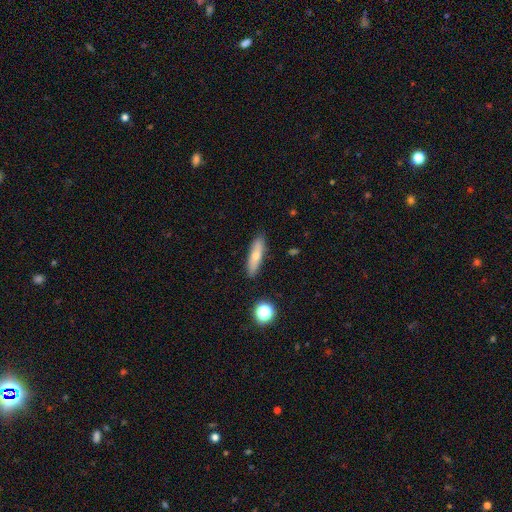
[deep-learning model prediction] This is likely a smooth galaxy (65%). How rounded: likely cigar-shaped (71%). Merging: clearly none (87%).